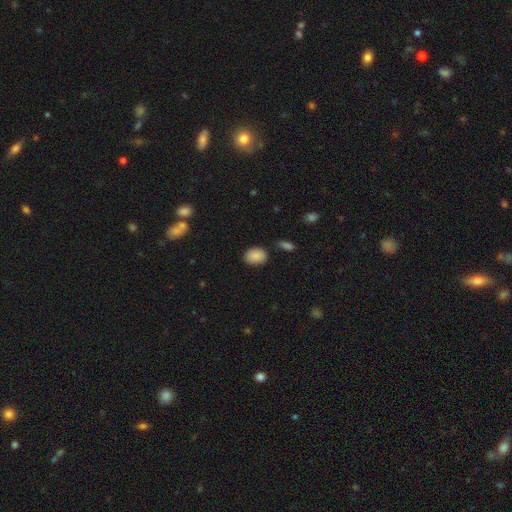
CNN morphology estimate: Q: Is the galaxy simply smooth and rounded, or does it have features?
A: smooth — 87%.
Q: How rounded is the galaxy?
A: in between — 76%.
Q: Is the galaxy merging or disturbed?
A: none — 82%.